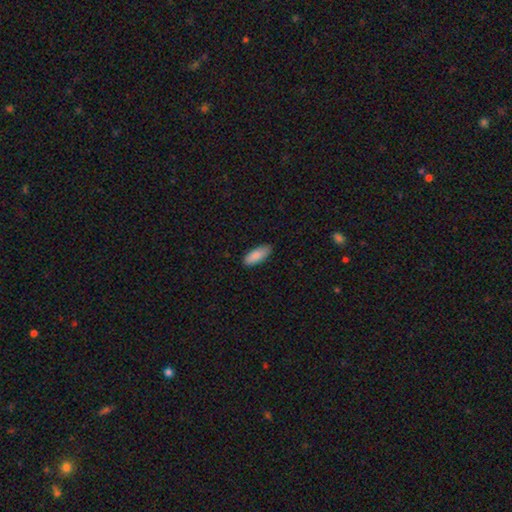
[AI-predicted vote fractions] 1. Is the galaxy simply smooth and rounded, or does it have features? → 88% smooth, 6% featured or disk, 6% star or artifact.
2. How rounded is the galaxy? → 79% in between, 19% cigar-shaped, 2% round.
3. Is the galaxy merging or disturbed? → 85% none, 12% minor disturbance, 2% major disturbance, 1% merger.